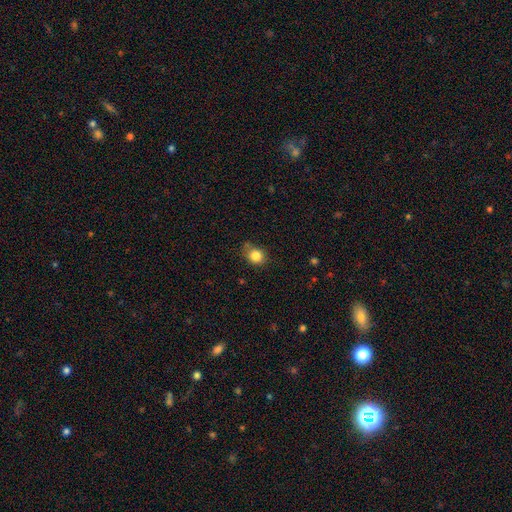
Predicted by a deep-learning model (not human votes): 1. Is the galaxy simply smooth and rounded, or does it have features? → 84% smooth, 11% star or artifact, 6% featured or disk.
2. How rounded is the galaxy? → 71% round, 28% in between, 1% cigar-shaped.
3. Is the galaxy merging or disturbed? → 71% none, 20% minor disturbance, 4% major disturbance, 4% merger.